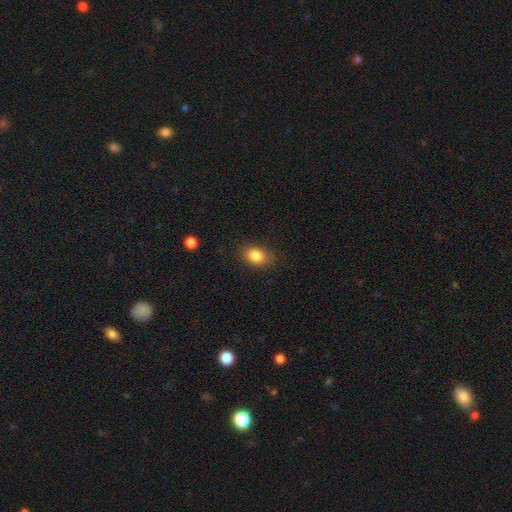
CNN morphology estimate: A smooth galaxy with no disk features (85%) that is in between round and cigar-shaped (72%).

Vote fractions:
- Smooth or featured? smooth: 85% / star or artifact: 9% / featured or disk: 6%
- How rounded? in between: 72% / round: 27% / cigar-shaped: 1%
- Merging? none: 84% / minor disturbance: 11% / major disturbance: 3% / merger: 1%